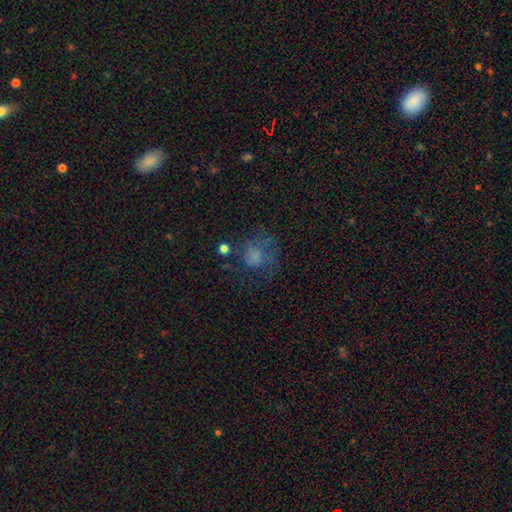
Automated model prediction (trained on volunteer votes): smooth-or-featured: smooth: 54% | featured or disk: 29% | star or artifact: 17%
  how-rounded: round: 75% | in between: 24% | cigar-shaped: 1%
  merging: none: 46% | major disturbance: 30% | minor disturbance: 20% | merger: 4%